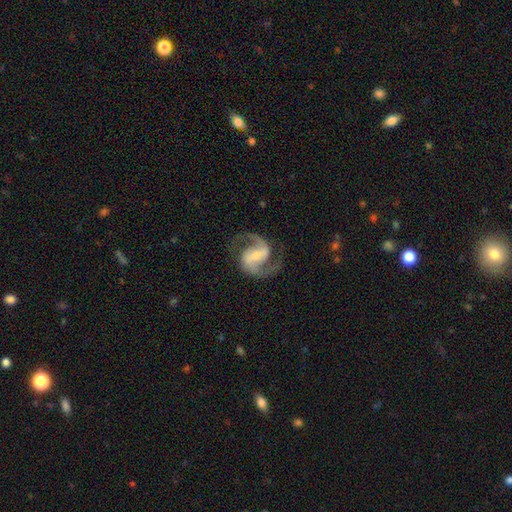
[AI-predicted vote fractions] A featured or disk galaxy (92%) with a weak bar (43%), 2 (94%) medium (66%) spiral arms (98%) and a small central bulge (40%). Merging: none (81%).